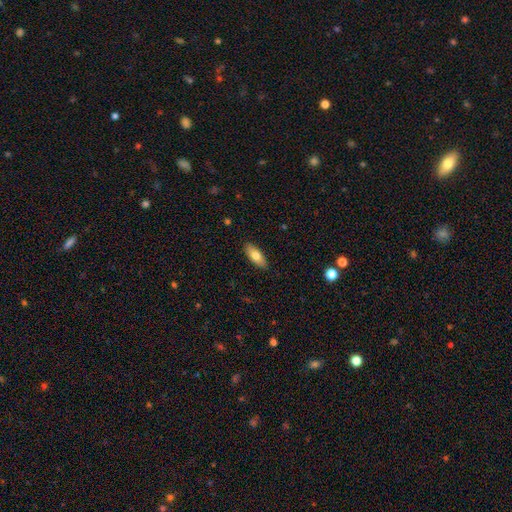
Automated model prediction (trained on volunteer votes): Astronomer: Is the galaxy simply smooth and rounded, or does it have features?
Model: smooth — 72%.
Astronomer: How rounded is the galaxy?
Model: in between — 74%.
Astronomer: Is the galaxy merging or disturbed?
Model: none — 88%.